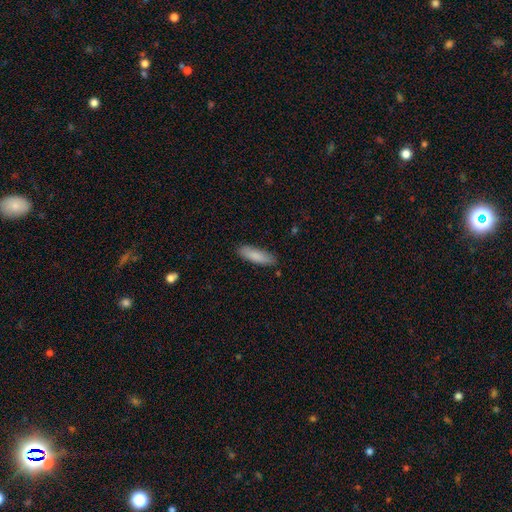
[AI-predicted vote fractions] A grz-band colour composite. It shows a smooth galaxy with no disk features (86%) that is cigar-shaped (54%). Merging: none (85%).